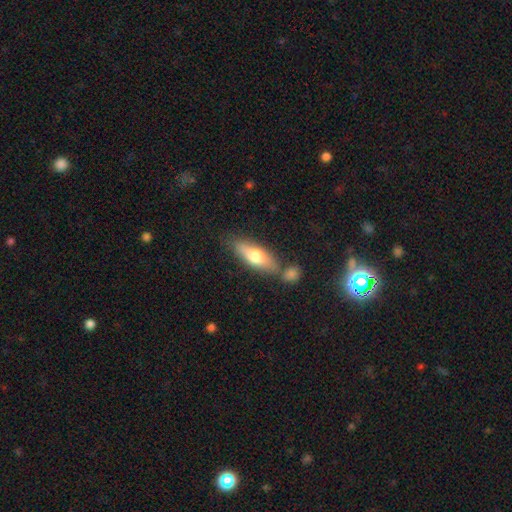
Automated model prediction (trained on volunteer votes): Morphology: type=smooth (66%); roundness=in between (60%); merging=none (64%).